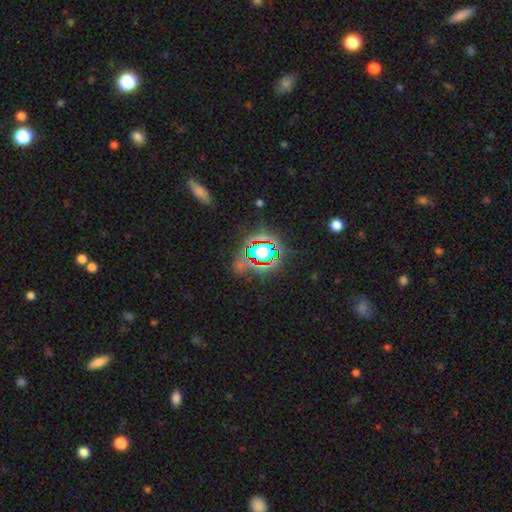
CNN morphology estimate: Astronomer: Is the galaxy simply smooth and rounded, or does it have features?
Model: star or artifact — 75%.